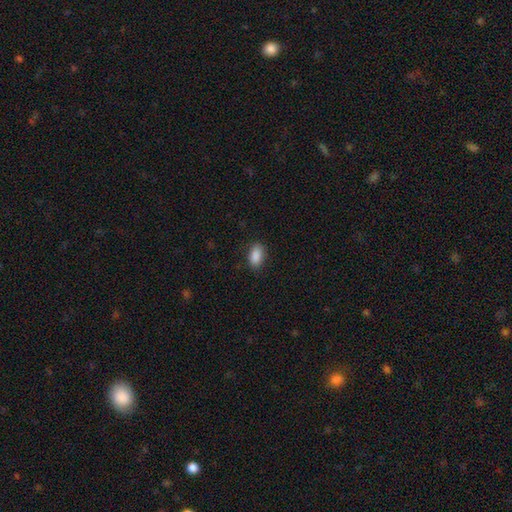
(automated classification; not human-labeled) smooth_or_featured: smooth (p=0.89) [alt: star or artifact p=0.07]
how_rounded: in between (p=0.91) [alt: round p=0.05]
merging: none (p=0.87) [alt: minor disturbance p=0.10]